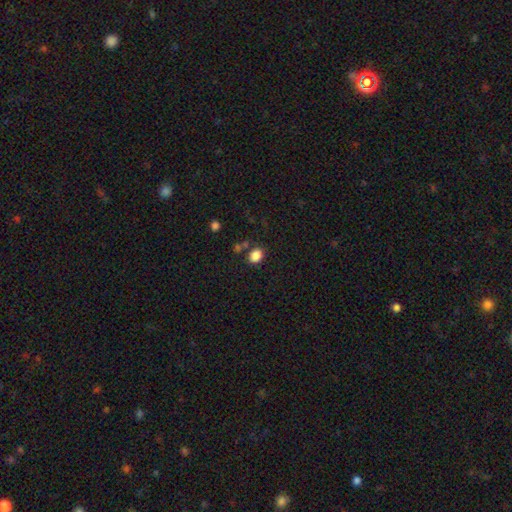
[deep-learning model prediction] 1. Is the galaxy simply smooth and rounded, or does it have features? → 85% smooth, 11% star or artifact, 4% featured or disk.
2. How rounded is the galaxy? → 52% in between, 47% round, 1% cigar-shaped.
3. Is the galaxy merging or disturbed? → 76% none, 11% minor disturbance, 9% merger, 4% major disturbance.